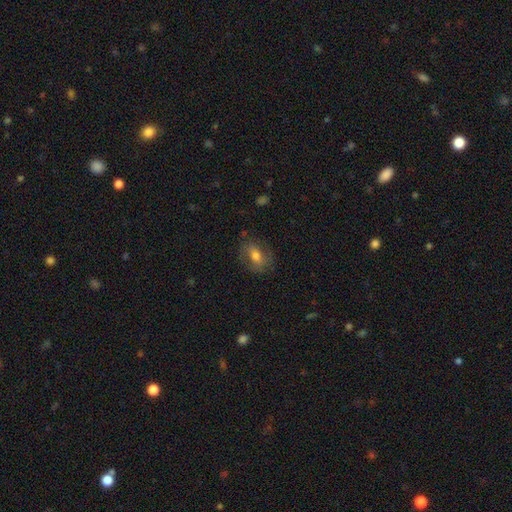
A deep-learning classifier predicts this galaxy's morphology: smooth_or_featured: smooth (p=0.61) [alt: featured or disk p=0.31]
how_rounded: in between (p=0.71) [alt: round p=0.26]
merging: none (p=0.73) [alt: minor disturbance p=0.18]